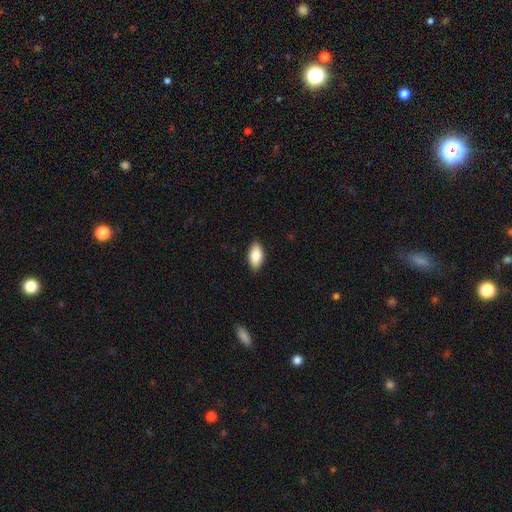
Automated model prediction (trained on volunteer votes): A smooth galaxy with no disk features (84%) that is in between round and cigar-shaped (92%).

Vote fractions:
- Smooth or featured? smooth: 84% / featured or disk: 9% / star or artifact: 6%
- How rounded? in between: 92% / cigar-shaped: 5% / round: 3%
- Merging? none: 88% / minor disturbance: 9% / major disturbance: 2% / merger: 1%